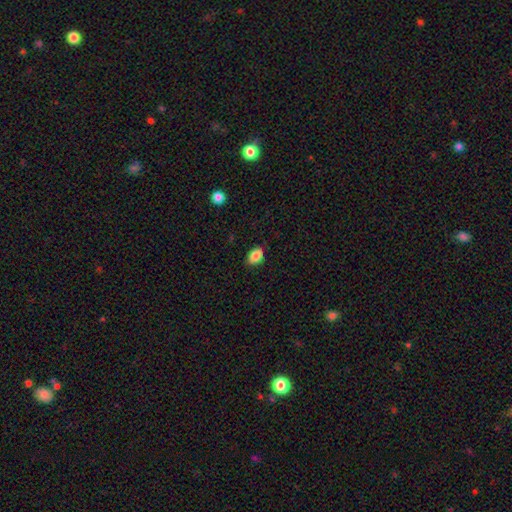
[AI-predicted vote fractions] smooth_or_featured: smooth (p=0.86) [alt: star or artifact p=0.09]
how_rounded: in between (p=0.80) [alt: round p=0.19]
merging: none (p=0.84) [alt: minor disturbance p=0.12]